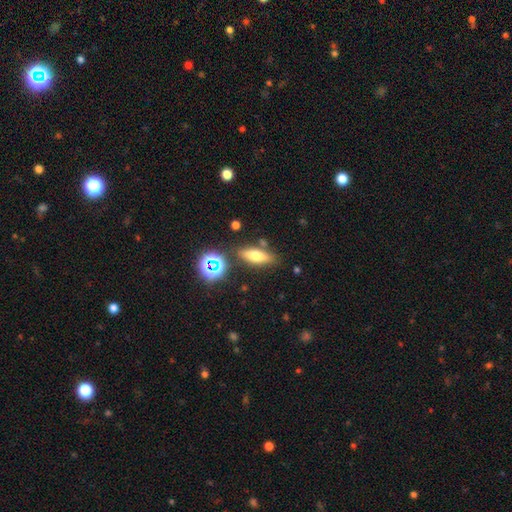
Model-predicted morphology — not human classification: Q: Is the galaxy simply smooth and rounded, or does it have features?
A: smooth — 61%.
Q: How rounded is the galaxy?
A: in between — 51%.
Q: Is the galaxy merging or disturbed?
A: none — 79%.